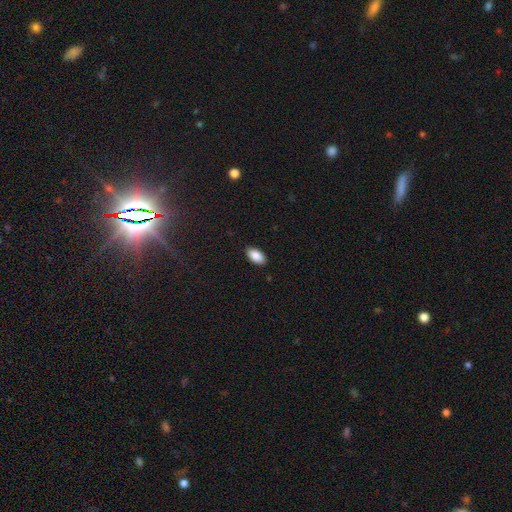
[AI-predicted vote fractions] smooth-or-featured: smooth: 88% | star or artifact: 7% | featured or disk: 5%
  how-rounded: in between: 94% | cigar-shaped: 3% | round: 3%
  merging: none: 89% | minor disturbance: 8% | major disturbance: 2% | merger: 1%